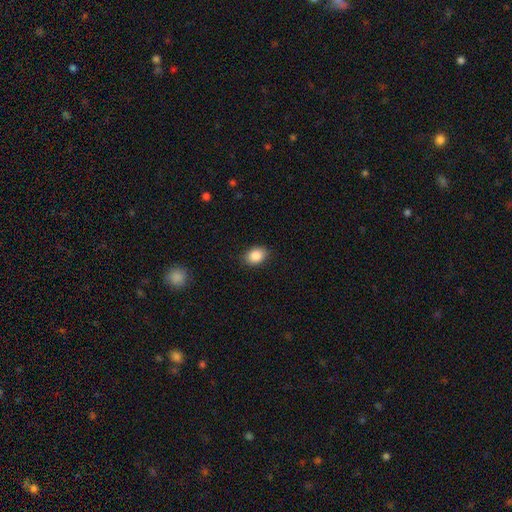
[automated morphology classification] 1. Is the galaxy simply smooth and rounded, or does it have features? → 87% smooth, 8% star or artifact, 4% featured or disk.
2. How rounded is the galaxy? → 72% in between, 27% round, 1% cigar-shaped.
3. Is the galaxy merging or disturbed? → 87% none, 10% minor disturbance, 2% major disturbance, 1% merger.